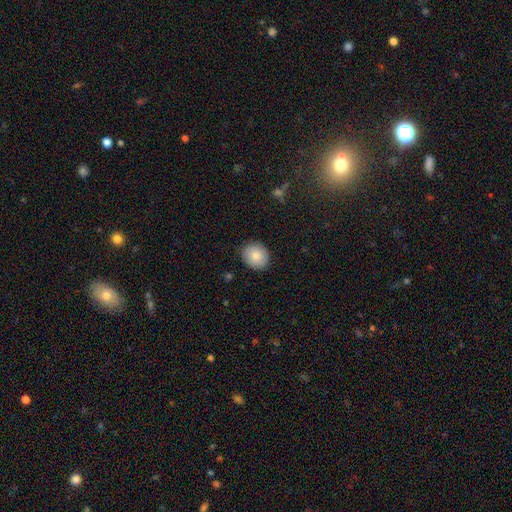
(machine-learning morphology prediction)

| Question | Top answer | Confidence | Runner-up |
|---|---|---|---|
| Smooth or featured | smooth | 81% | featured or disk (11%) |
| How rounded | round | 72% | in between (27%) |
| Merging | none | 87% | minor disturbance (9%) |